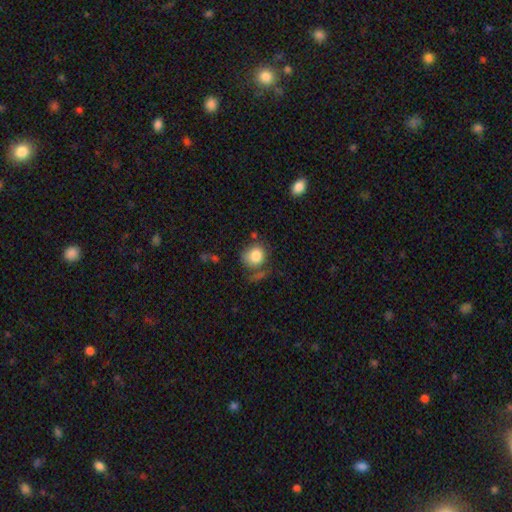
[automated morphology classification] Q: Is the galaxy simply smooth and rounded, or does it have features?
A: smooth — 82%.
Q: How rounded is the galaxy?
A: round — 74%.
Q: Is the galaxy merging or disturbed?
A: none — 58%.